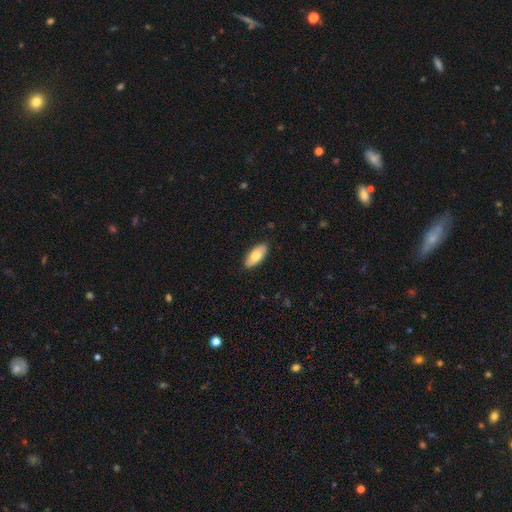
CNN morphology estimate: Smooth or featured?
  - smooth: 73% *
  - featured or disk: 22%
  - star or artifact: 6%
How rounded?
  - in between: 88% *
  - cigar-shaped: 10%
  - round: 2%
Merging?
  - none: 88% *
  - minor disturbance: 10%
  - major disturbance: 2%
  - merger: 1%